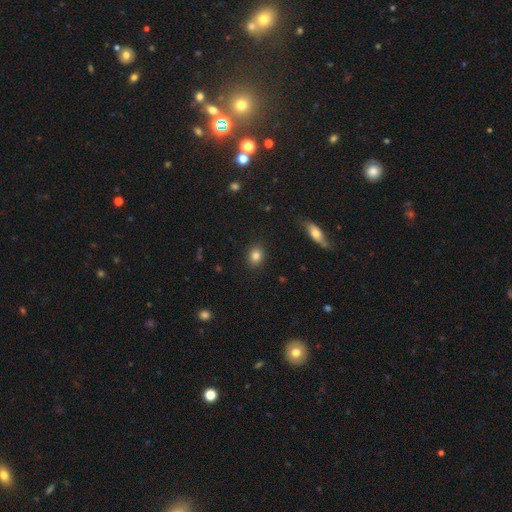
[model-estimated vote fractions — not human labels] smooth-or-featured: smooth: 83% | star or artifact: 10% | featured or disk: 7%
  how-rounded: round: 50% | in between: 48% | cigar-shaped: 1%
  merging: none: 88% | minor disturbance: 9% | major disturbance: 2% | merger: 1%